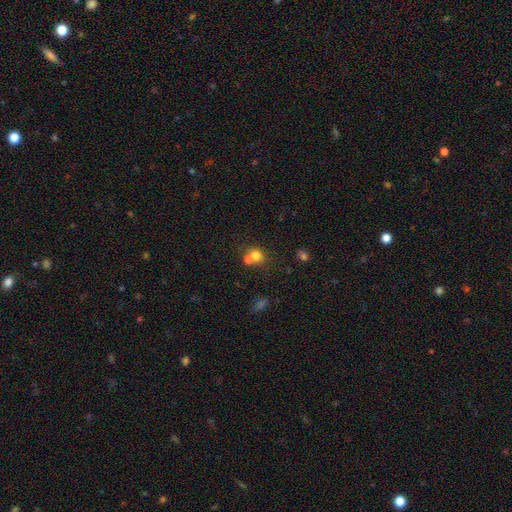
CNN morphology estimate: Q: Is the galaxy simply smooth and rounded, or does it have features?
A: smooth — 74%.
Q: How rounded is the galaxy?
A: round — 73%.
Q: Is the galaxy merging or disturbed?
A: merger — 48%.